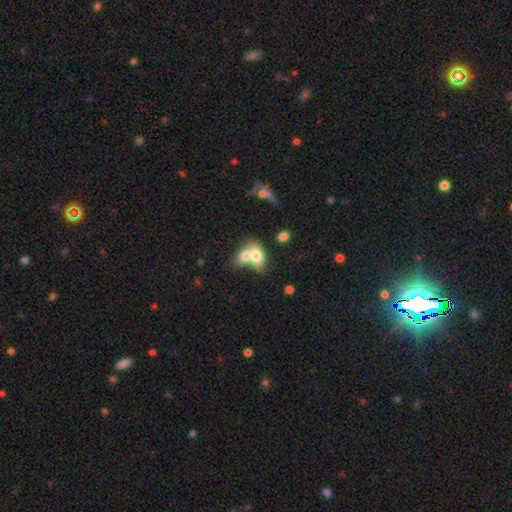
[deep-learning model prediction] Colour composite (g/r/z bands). It shows a smooth galaxy with no disk features (71%) that is in between round and cigar-shaped (80%). Merging: merger (72%).